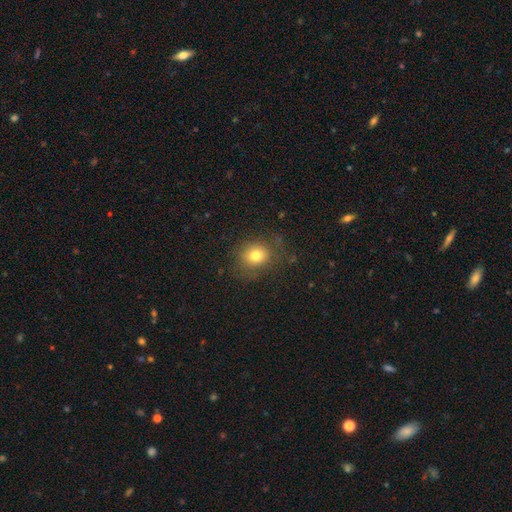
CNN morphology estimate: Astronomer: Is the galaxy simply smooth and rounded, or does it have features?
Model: smooth — 76%.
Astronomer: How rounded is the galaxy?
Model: round — 73%.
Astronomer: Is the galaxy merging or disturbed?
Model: none — 76%.